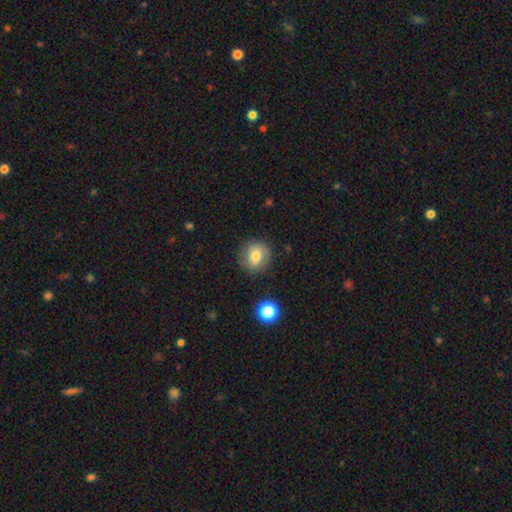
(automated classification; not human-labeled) A smooth galaxy with no disk features (69%) that is round (86%). Merging: none (84%).